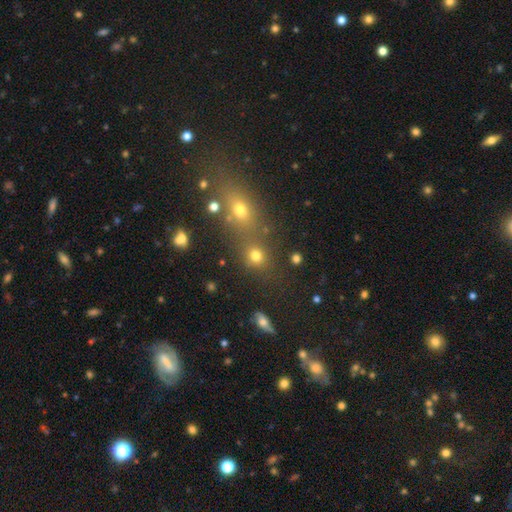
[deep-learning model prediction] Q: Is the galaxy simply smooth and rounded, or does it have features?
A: smooth — 75%.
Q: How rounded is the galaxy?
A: round — 76%.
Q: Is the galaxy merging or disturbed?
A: none — 62%.